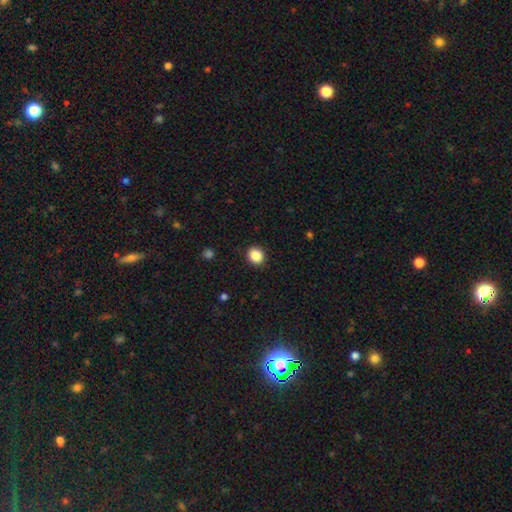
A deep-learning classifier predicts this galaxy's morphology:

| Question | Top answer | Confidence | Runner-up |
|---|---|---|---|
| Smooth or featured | smooth | 87% | star or artifact (10%) |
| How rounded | round | 70% | in between (29%) |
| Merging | none | 90% | minor disturbance (6%) |